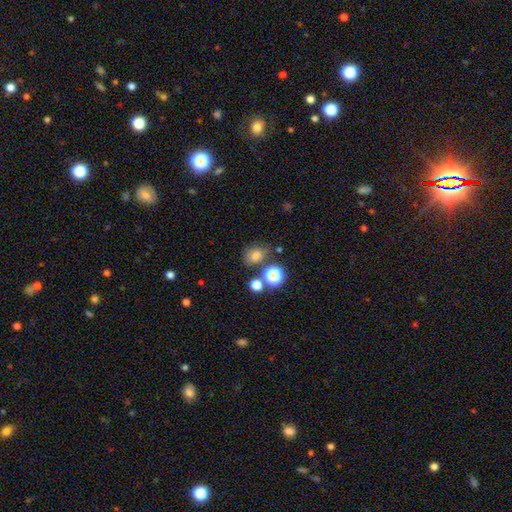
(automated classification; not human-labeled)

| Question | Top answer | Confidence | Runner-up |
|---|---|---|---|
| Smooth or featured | smooth | 63% | star or artifact (26%) |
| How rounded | in between | 49% | tied: round (49%) |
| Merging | none | 64% | minor disturbance (15%) |